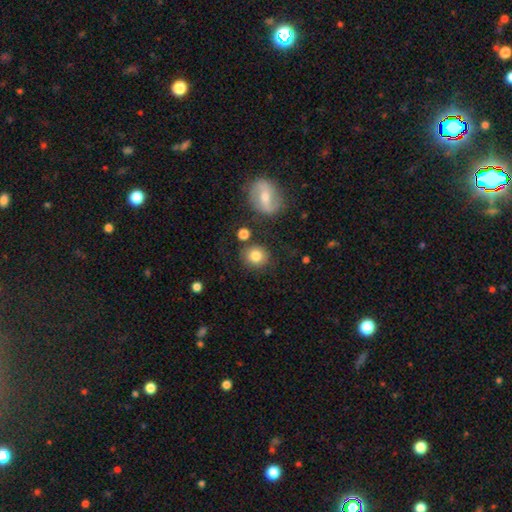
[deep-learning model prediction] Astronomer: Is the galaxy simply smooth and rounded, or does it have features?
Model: smooth — 82%.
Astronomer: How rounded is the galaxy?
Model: round — 83%.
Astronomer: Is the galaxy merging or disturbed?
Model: none — 79%.